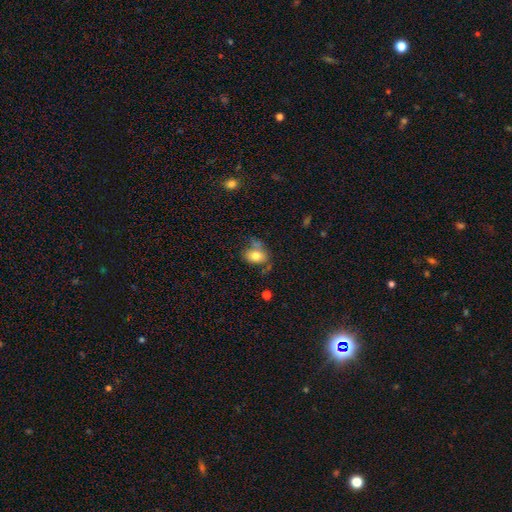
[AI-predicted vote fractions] A smooth galaxy with no disk features (76%) that is in between round and cigar-shaped (72%). Merging: none (50%).